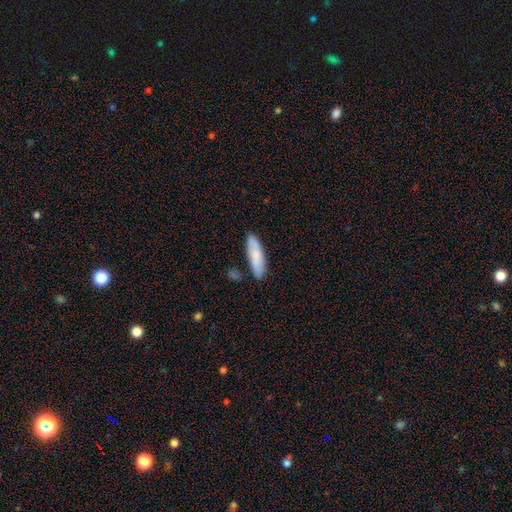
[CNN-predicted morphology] smooth_or_featured: smooth (p=0.79) [alt: featured or disk p=0.15]
how_rounded: cigar-shaped (p=0.55) [alt: in between p=0.44]
merging: none (p=0.81) [alt: minor disturbance p=0.13]